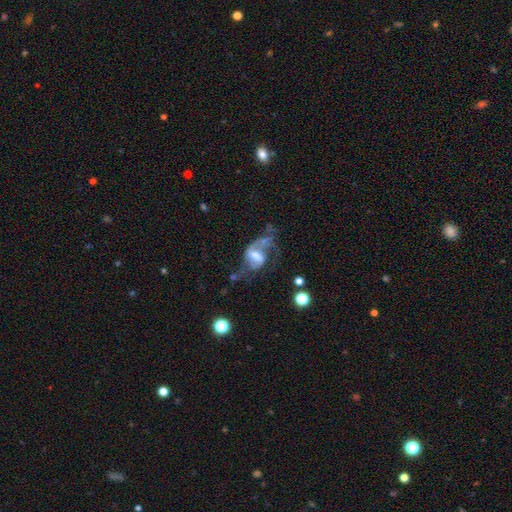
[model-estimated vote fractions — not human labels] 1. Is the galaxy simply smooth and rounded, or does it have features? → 69% featured or disk, 22% smooth, 9% star or artifact.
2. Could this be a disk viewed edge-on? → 95% no, 5% yes.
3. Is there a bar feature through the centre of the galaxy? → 44% weak, 35% strong, 21% no.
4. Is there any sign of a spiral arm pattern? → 76% yes, 24% no.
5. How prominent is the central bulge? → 44% moderate, 24% small, 19% large, 11% none, 2% dominant.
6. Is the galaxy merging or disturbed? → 43% major disturbance, 29% none, 18% minor disturbance, 10% merger.